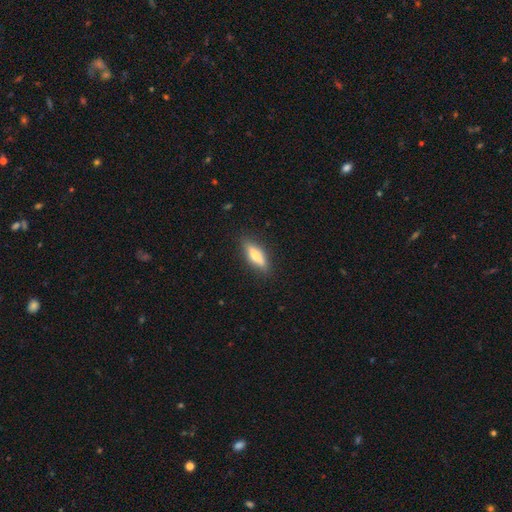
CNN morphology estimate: smooth-or-featured: smooth: 63% | featured or disk: 30% | star or artifact: 7%
  how-rounded: cigar-shaped: 59% | in between: 39% | round: 2%
  merging: none: 85% | minor disturbance: 11% | major disturbance: 3% | merger: 1%